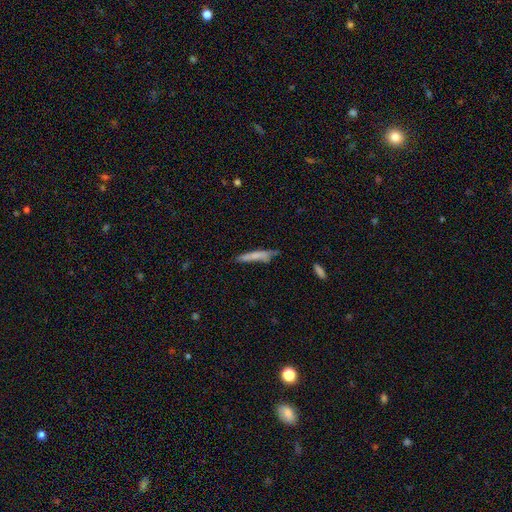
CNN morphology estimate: smooth-or-featured: smooth: 69% | featured or disk: 24% | star or artifact: 7%
  how-rounded: cigar-shaped: 93% | in between: 6% | round: 1%
  merging: none: 68% | minor disturbance: 22% | major disturbance: 5% | merger: 5%